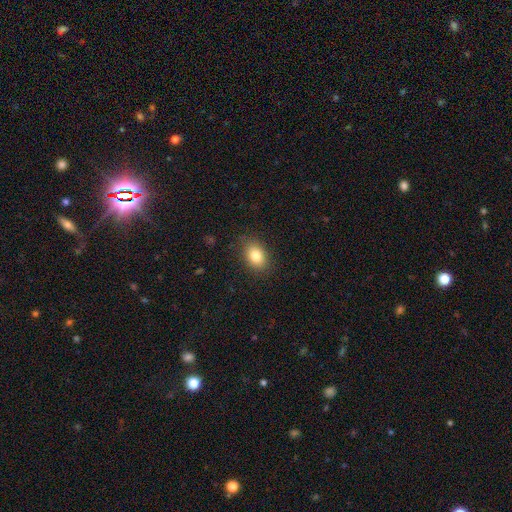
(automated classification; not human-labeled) This appears to be a smooth galaxy with no disk features (83%) that is in between round and cigar-shaped (78%). Merging: none (85%).